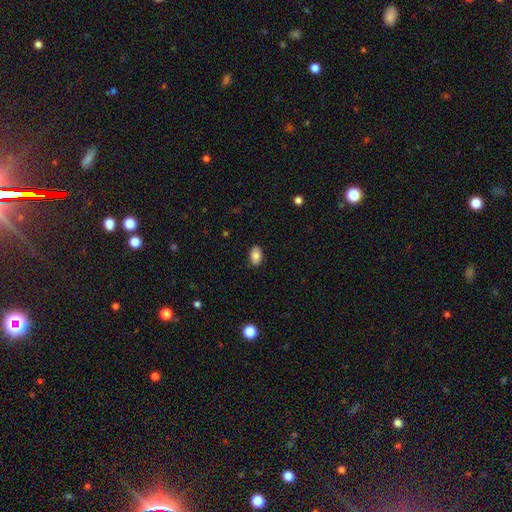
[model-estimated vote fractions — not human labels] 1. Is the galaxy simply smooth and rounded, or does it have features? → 80% smooth, 11% featured or disk, 8% star or artifact.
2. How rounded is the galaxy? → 88% in between, 11% round, 1% cigar-shaped.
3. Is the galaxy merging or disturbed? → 85% none, 12% minor disturbance, 2% major disturbance, 1% merger.